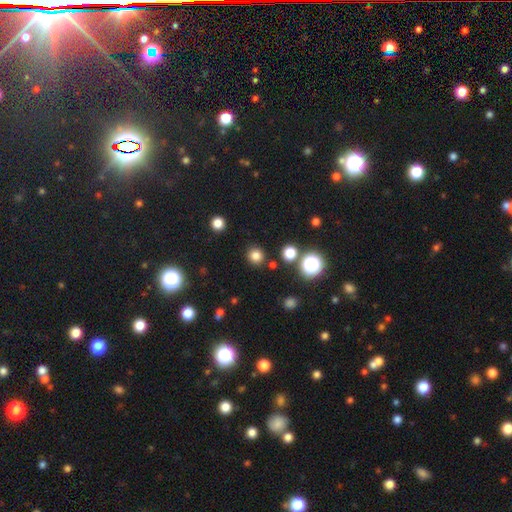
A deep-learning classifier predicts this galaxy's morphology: smooth-or-featured: smooth: 79% | star or artifact: 16% | featured or disk: 5%
  how-rounded: round: 91% | in between: 8% | cigar-shaped: 1%
  merging: none: 87% | minor disturbance: 7% | merger: 4% | major disturbance: 3%